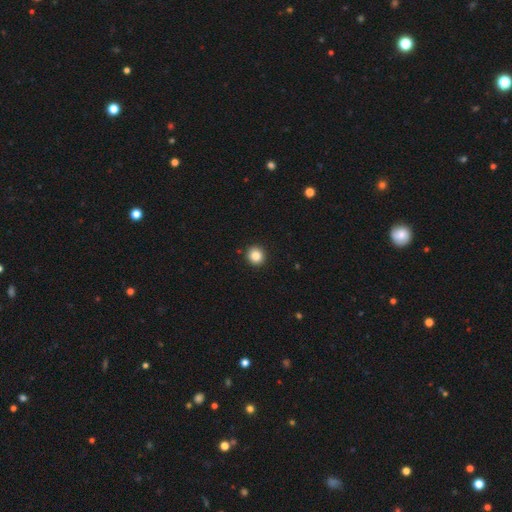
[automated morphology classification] type=smooth (85%); roundness=round (92%); merging=none (93%).